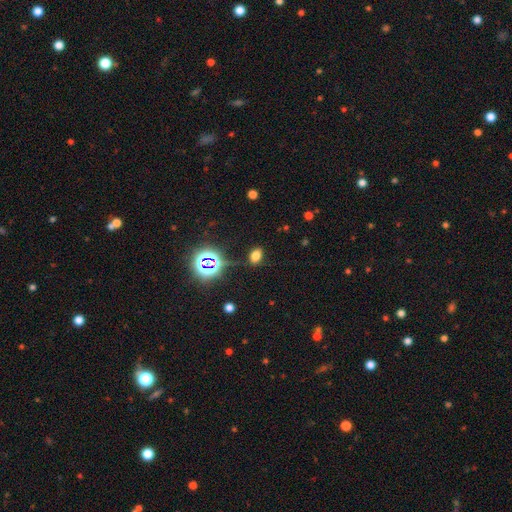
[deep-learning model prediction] Q: Smooth or featured?
A: smooth (67%); runner-up: star or artifact (26%)
Q: How rounded?
A: in between (84%); runner-up: round (14%)
Q: Merging?
A: none (82%); runner-up: minor disturbance (11%)